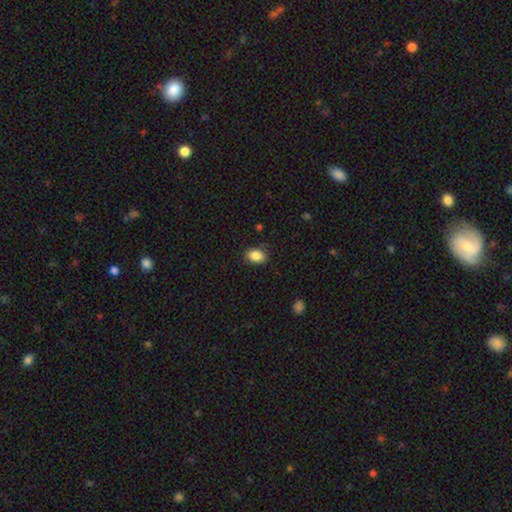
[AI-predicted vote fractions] Smooth or featured?
  - smooth: 87% *
  - star or artifact: 8%
  - featured or disk: 5%
How rounded?
  - in between: 77% *
  - round: 22%
  - cigar-shaped: 1%
Merging?
  - none: 85% *
  - minor disturbance: 11%
  - major disturbance: 3%
  - merger: 1%